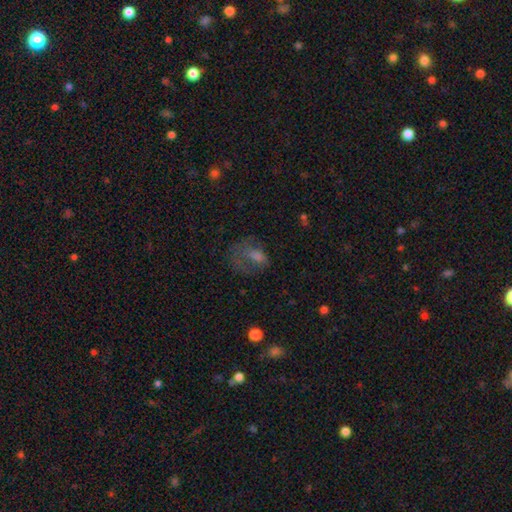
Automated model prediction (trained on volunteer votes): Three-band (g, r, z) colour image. It shows a smooth galaxy with no disk features (51%) that is in between round and cigar-shaped (70%). Merging: major disturbance (42%).